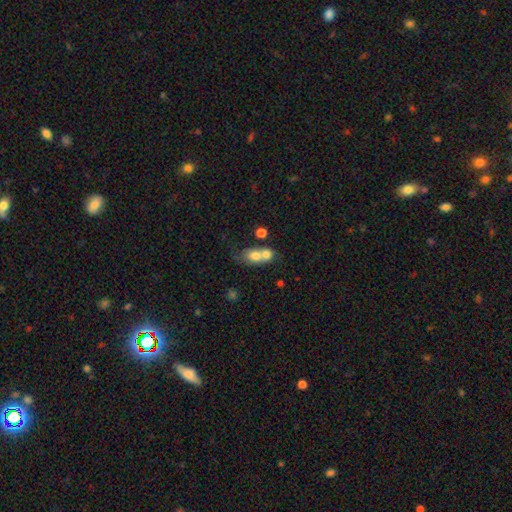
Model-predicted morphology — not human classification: Smooth or featured? Predicted: smooth (p=0.72). How rounded? Predicted: in between (p=0.51). Merging? Predicted: merger (p=0.68).